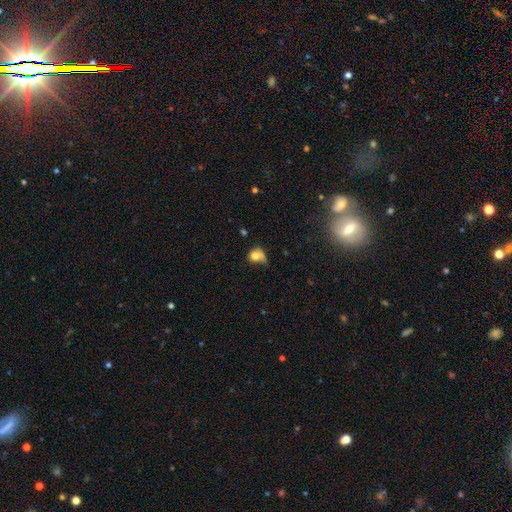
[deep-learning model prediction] Smooth or featured: smooth — 72% (featured or disk — 17%)
How rounded: round — 60% (in between — 39%)
Merging: minor disturbance — 33% (major disturbance — 29%)